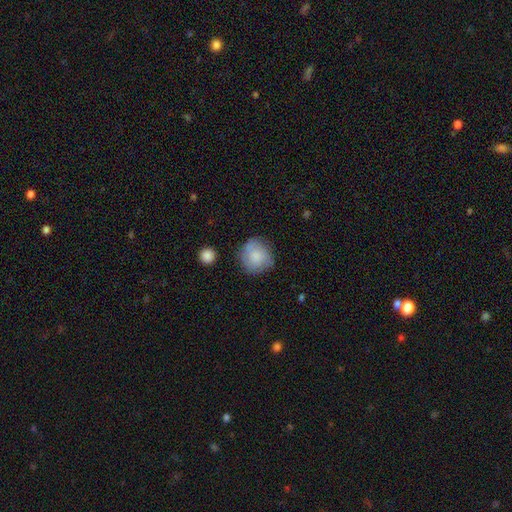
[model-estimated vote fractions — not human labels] smooth 73%, featured or disk 19%, star or artifact 7%. Down the decision tree: how rounded — round (85%); merging — none (69%).